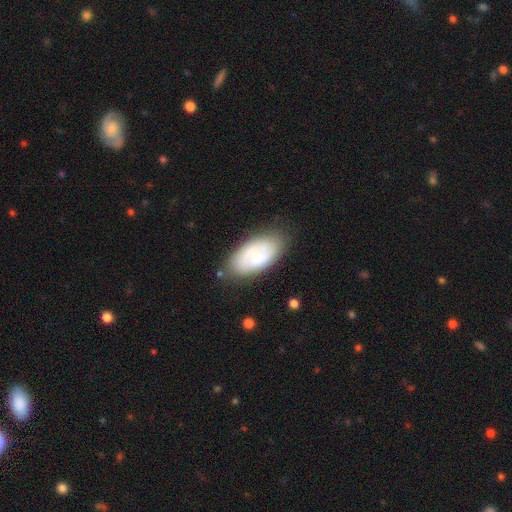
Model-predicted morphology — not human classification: type=smooth (54%); roundness=in between (93%); merging=none (77%).